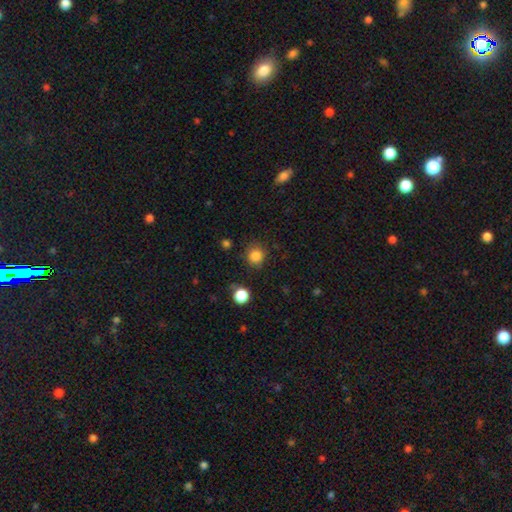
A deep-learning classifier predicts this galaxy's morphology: Overall: smooth (83%). How rounded: round (92%). Merging: none (85%).